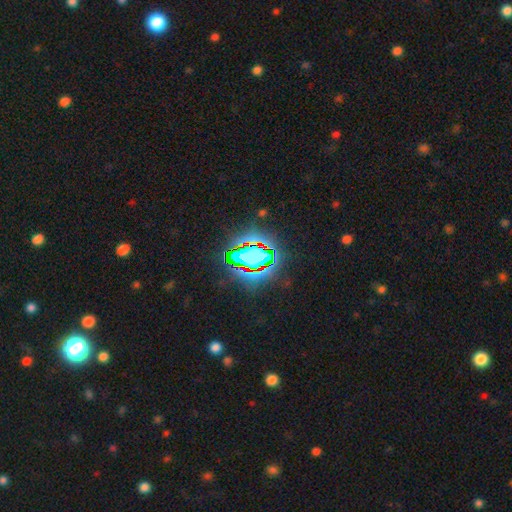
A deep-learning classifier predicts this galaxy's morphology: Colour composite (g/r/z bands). It shows a star or artifact, not a galaxy (71%).